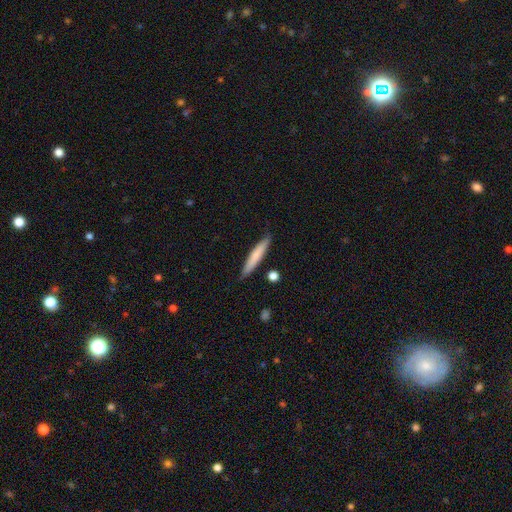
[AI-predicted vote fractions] smooth-or-featured: smooth: 72% | featured or disk: 22% | star or artifact: 6%
  how-rounded: cigar-shaped: 92% | in between: 6% | round: 1%
  merging: none: 85% | minor disturbance: 11% | merger: 2% | major disturbance: 2%